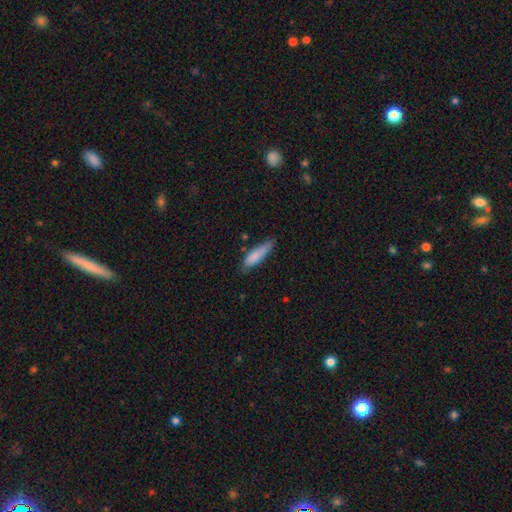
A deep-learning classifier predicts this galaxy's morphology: smooth_or_featured: smooth (p=0.83) [alt: featured or disk p=0.11]
how_rounded: cigar-shaped (p=0.61) [alt: in between p=0.37]
merging: none (p=0.62) [alt: minor disturbance p=0.30]